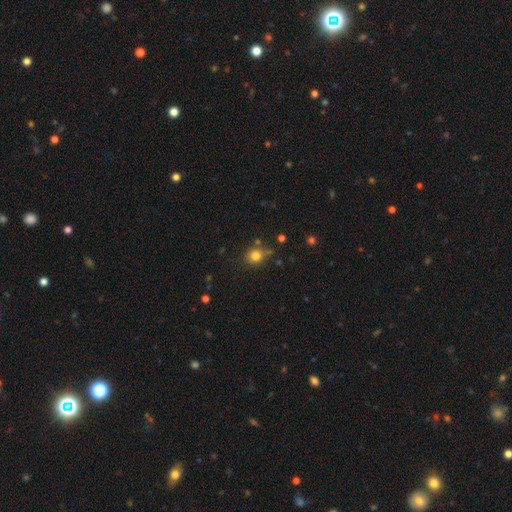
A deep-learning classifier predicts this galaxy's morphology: This is likely a smooth galaxy (80%). How rounded: clearly round (88%). Merging: likely none (73%).